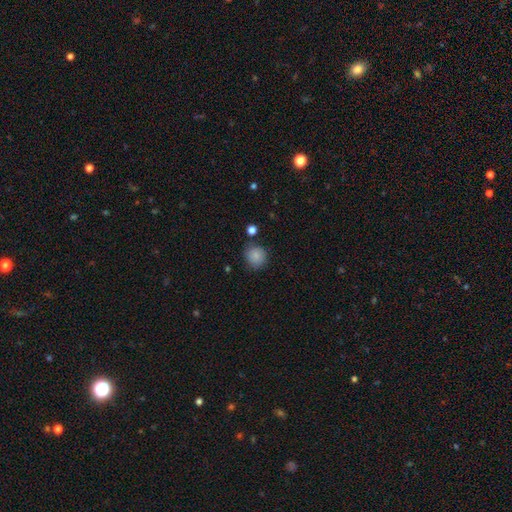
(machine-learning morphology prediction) Overall: smooth (86%). How rounded: round (87%). Merging: none (78%).